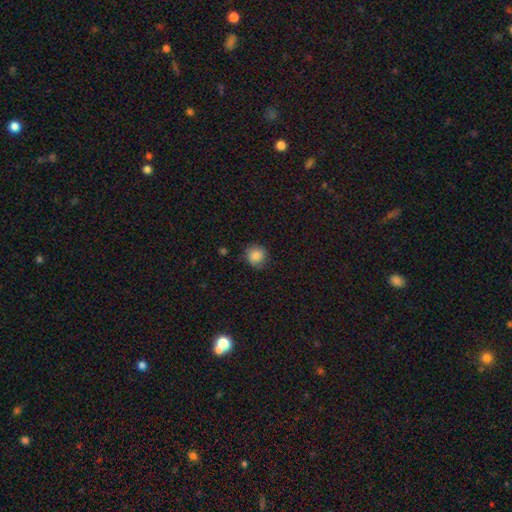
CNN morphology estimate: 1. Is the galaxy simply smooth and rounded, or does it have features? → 86% smooth, 9% star or artifact, 5% featured or disk.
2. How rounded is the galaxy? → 88% round, 11% in between, 1% cigar-shaped.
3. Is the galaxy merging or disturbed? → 82% none, 14% minor disturbance, 3% major disturbance, 1% merger.